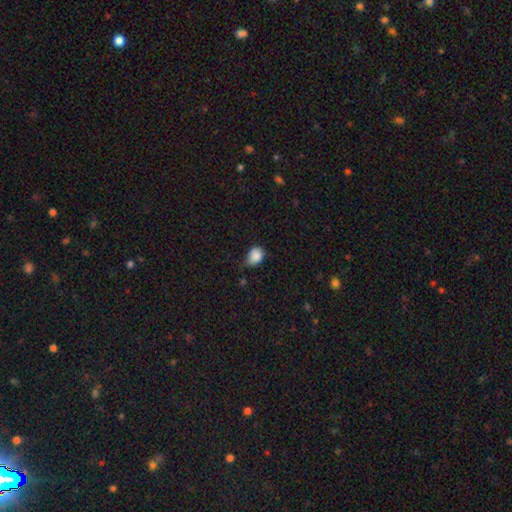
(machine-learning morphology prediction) A smooth galaxy with no disk features (86%) that is in between round and cigar-shaped (60%).

Vote fractions:
- Smooth or featured? smooth: 86% / star or artifact: 9% / featured or disk: 5%
- How rounded? in between: 60% / round: 39% / cigar-shaped: 1%
- Merging? none: 47% / minor disturbance: 43% / major disturbance: 8% / merger: 2%